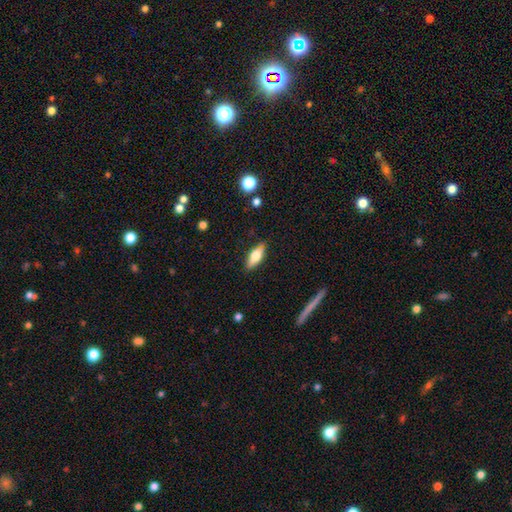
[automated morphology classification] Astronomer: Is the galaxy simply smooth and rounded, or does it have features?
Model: smooth — 61%.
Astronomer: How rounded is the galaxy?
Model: in between — 64%.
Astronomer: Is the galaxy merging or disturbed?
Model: none — 87%.